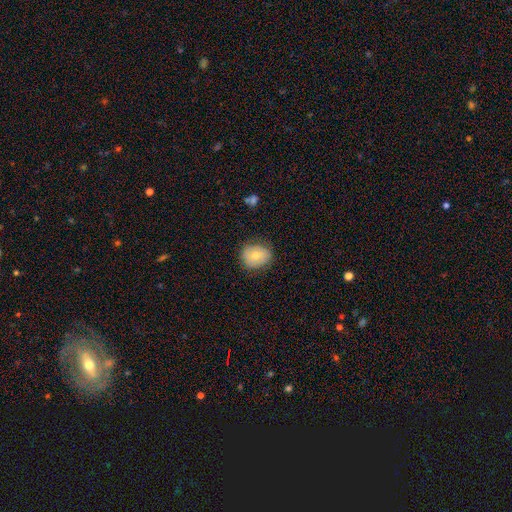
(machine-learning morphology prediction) The model was most divided on "how rounded": round: 61%, in between: 38%, cigar-shaped: 1%. More confident: merging — none (77%); smooth or featured — smooth (75%).